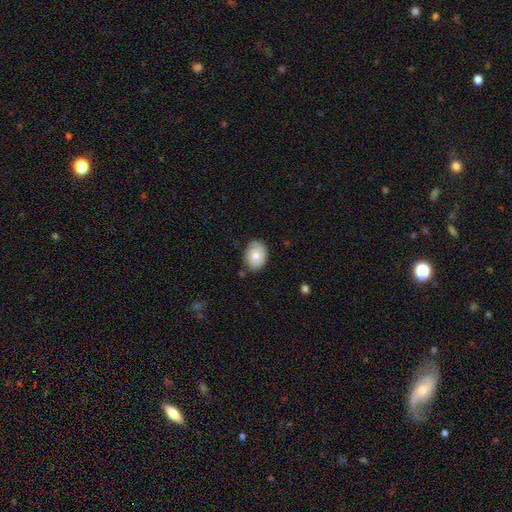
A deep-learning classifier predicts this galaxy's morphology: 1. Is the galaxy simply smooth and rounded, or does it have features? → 74% smooth, 19% featured or disk, 7% star or artifact.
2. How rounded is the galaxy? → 68% in between, 32% round, 1% cigar-shaped.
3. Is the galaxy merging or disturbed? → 75% none, 19% minor disturbance, 3% major disturbance, 2% merger.